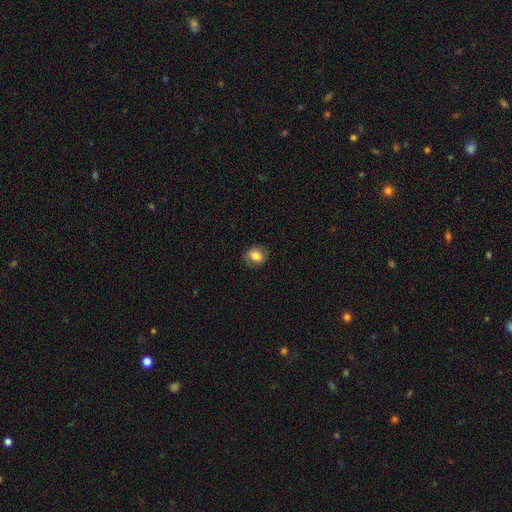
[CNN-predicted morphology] A smooth galaxy with no disk features (78%) that is round (51%).

Vote fractions:
- Smooth or featured? smooth: 78% / featured or disk: 13% / star or artifact: 9%
- How rounded? round: 51% / in between: 48% / cigar-shaped: 1%
- Merging? none: 78% / minor disturbance: 16% / major disturbance: 5% / merger: 1%